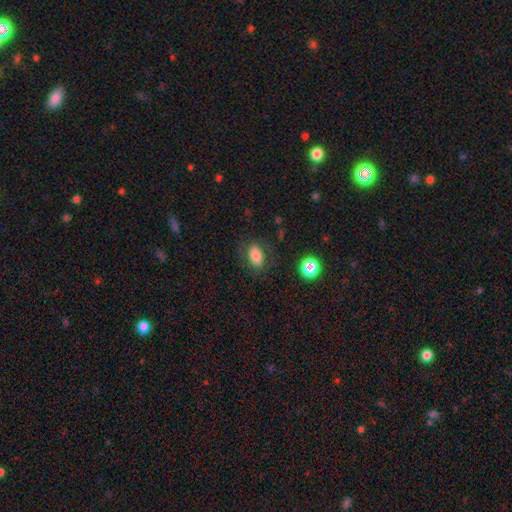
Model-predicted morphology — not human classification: This is likely a smooth galaxy (74%). How rounded: clearly in between (85%). Merging: likely none (73%).